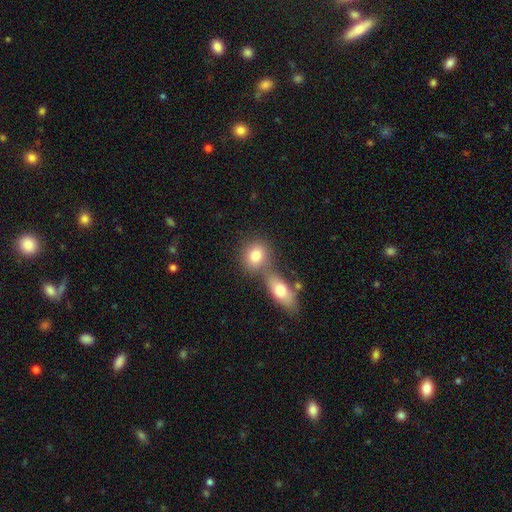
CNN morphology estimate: smooth 80%, featured or disk 11%, star or artifact 9%. Down the decision tree: how rounded — round (62%); merging — none (47%).